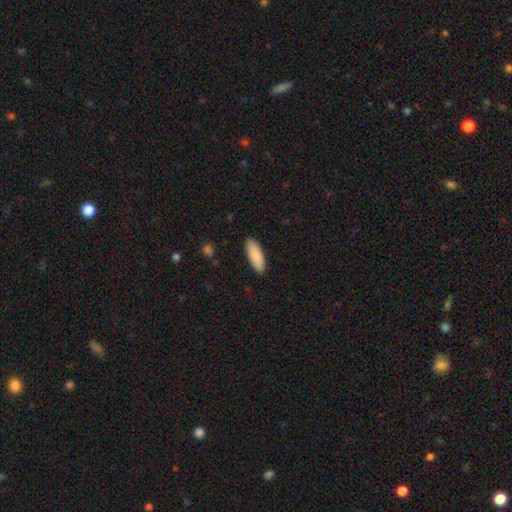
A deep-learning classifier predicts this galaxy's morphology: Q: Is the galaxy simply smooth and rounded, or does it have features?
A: smooth — 90%.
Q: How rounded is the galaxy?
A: in between — 72%.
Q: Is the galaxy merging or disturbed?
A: none — 89%.